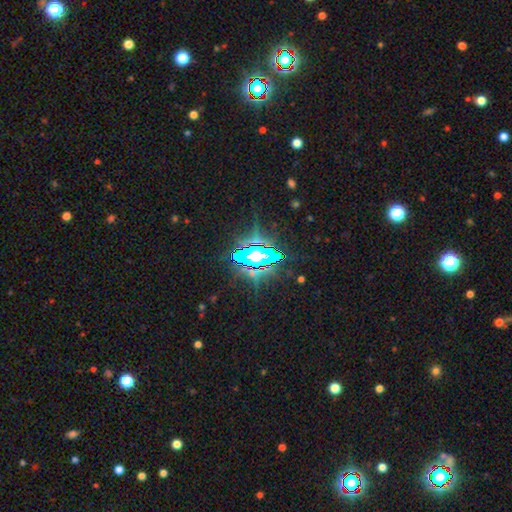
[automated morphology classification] smooth-or-featured: star or artifact: 73% | smooth: 14% | featured or disk: 13%